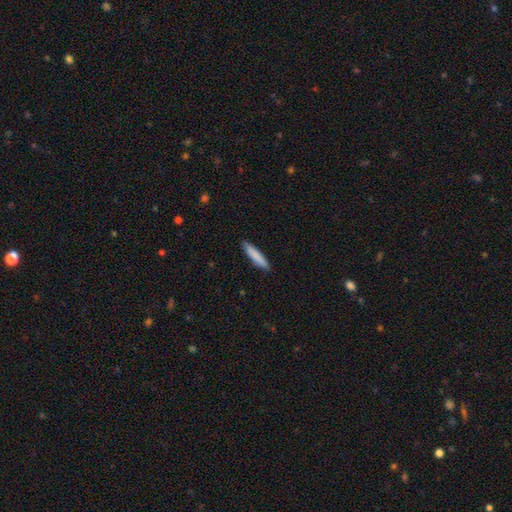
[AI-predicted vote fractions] Smooth or featured: smooth — 84% (featured or disk — 10%)
How rounded: cigar-shaped — 87% (in between — 12%)
Merging: none — 89% (minor disturbance — 9%)